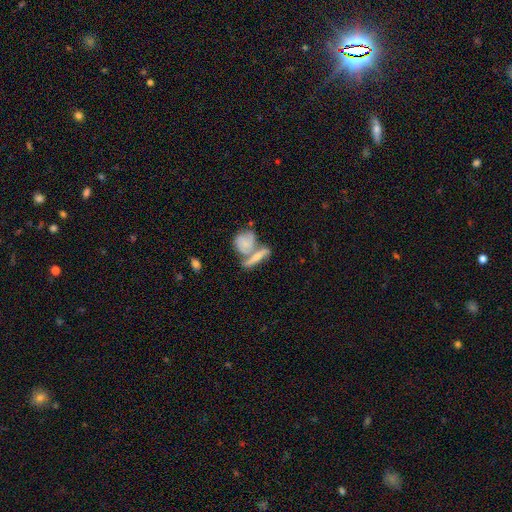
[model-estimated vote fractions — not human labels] Smooth or featured?
  - featured or disk: 46% *
  - smooth: 45%
  - star or artifact: 9%
Merging?
  - merger: 48% *
  - none: 36%
  - minor disturbance: 10%
  - major disturbance: 5%